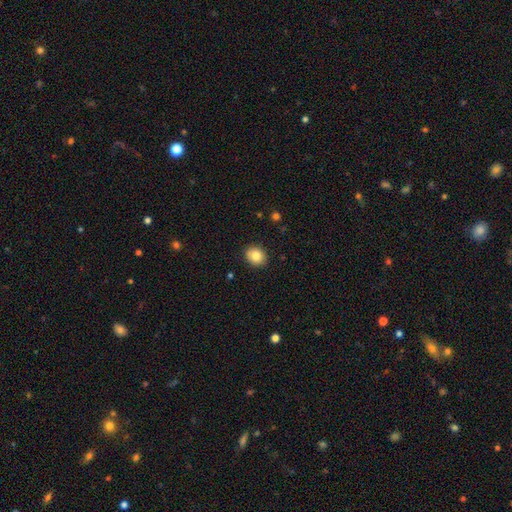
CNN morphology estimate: Smooth or featured: smooth — 84% (star or artifact — 9%)
How rounded: round — 60% (in between — 39%)
Merging: none — 88% (minor disturbance — 9%)